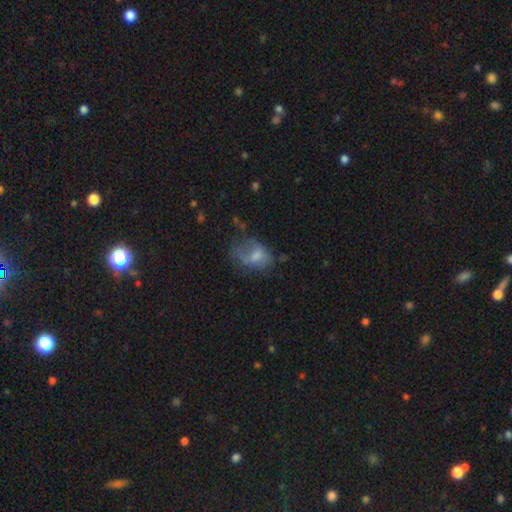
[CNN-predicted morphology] smooth-or-featured: smooth: 55% | featured or disk: 34% | star or artifact: 11%
  how-rounded: in between: 78% | round: 20% | cigar-shaped: 2%
  merging: major disturbance: 35% | none: 33% | minor disturbance: 28% | merger: 4%